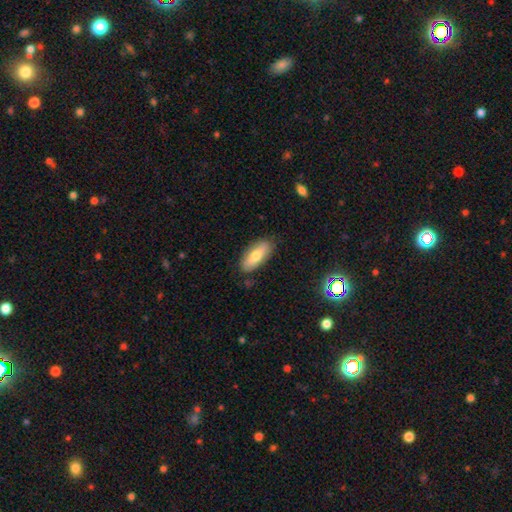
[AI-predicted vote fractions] smooth_or_featured: smooth (p=0.72) [alt: featured or disk p=0.22]
how_rounded: in between (p=0.77) [alt: cigar-shaped p=0.21]
merging: none (p=0.84) [alt: minor disturbance p=0.12]